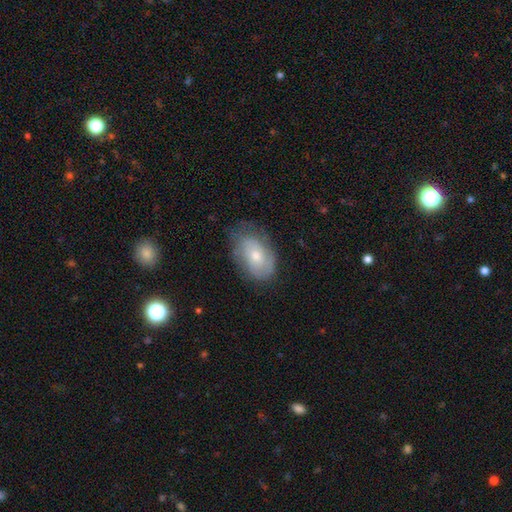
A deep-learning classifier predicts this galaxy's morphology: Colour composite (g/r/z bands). It shows a smooth galaxy with no disk features (54%) that is in between round and cigar-shaped (86%). Merging: none (61%).